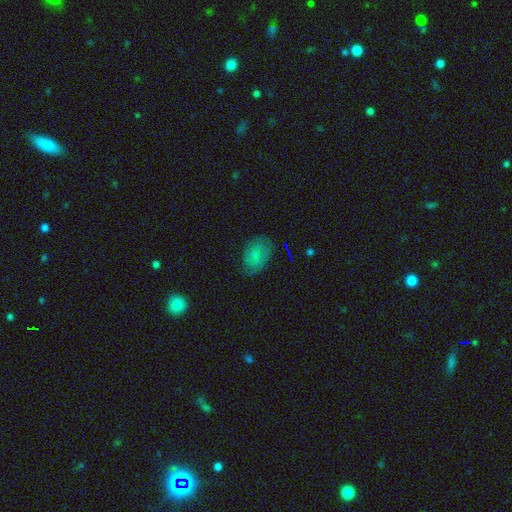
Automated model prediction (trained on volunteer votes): A smooth galaxy with no disk features (64%) that is in between round and cigar-shaped (84%). Merging: none (66%).